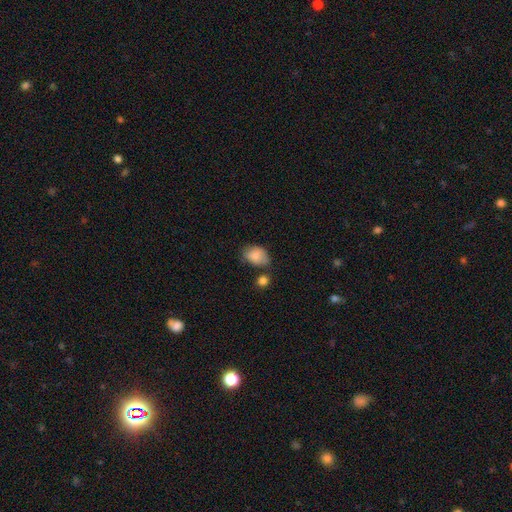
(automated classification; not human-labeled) A smooth galaxy with no disk features (83%) that is in between round and cigar-shaped (75%). Merging: none (51%).